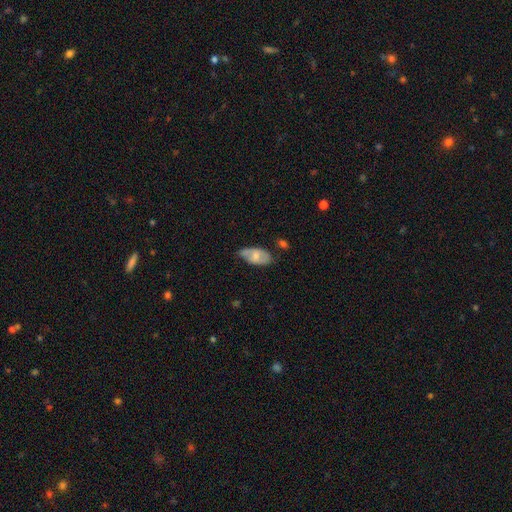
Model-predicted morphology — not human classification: This is possibly a smooth galaxy (56%). How rounded: clearly in between (93%). Merging: possibly none (56%).